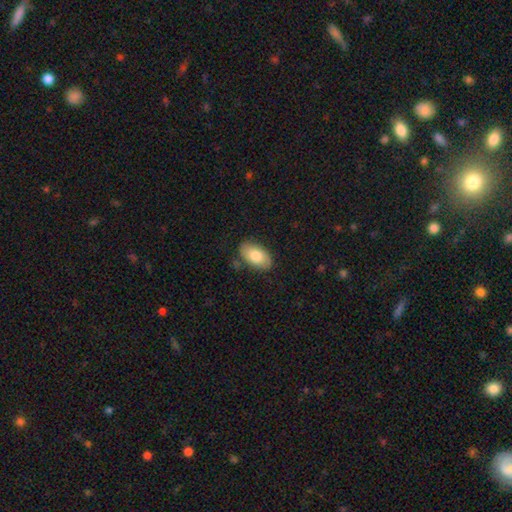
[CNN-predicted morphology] Smooth or featured?
  - smooth: 79% *
  - featured or disk: 15%
  - star or artifact: 6%
How rounded?
  - in between: 94% *
  - round: 5%
  - cigar-shaped: 1%
Merging?
  - none: 80% *
  - minor disturbance: 14%
  - major disturbance: 3%
  - merger: 2%